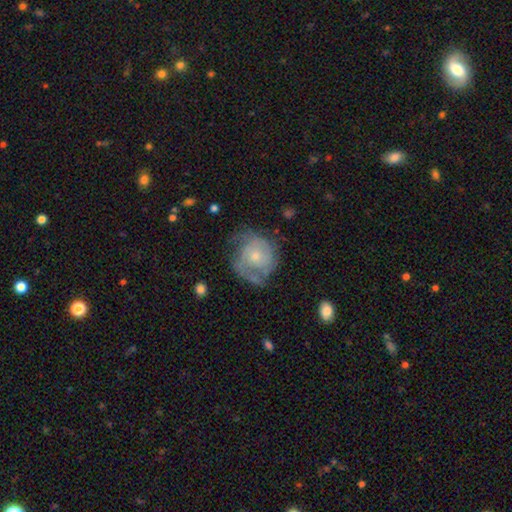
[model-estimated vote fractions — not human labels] featured or disk 66%, smooth 28%, star or artifact 7%. Down the decision tree: edge-on disk — no (98%); bar — no (80%); spiral arms — yes (79%); spiral arm count — 2 (37%); spiral winding — tight (47%); bulge size — small (60%); merging — none (49%).